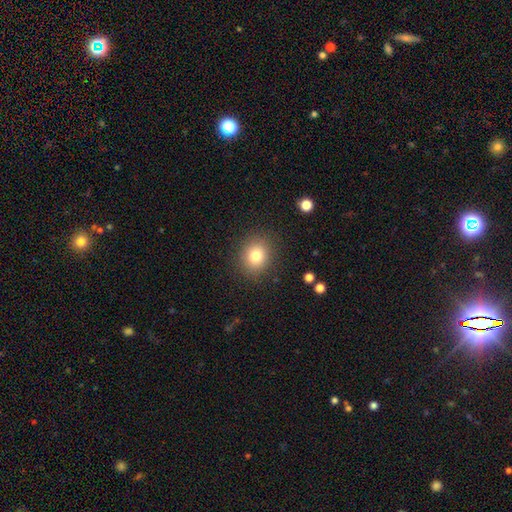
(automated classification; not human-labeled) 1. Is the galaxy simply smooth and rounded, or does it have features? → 79% smooth, 12% star or artifact, 9% featured or disk.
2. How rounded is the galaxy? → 74% round, 25% in between, 1% cigar-shaped.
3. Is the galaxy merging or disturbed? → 88% none, 8% minor disturbance, 3% major disturbance, 1% merger.